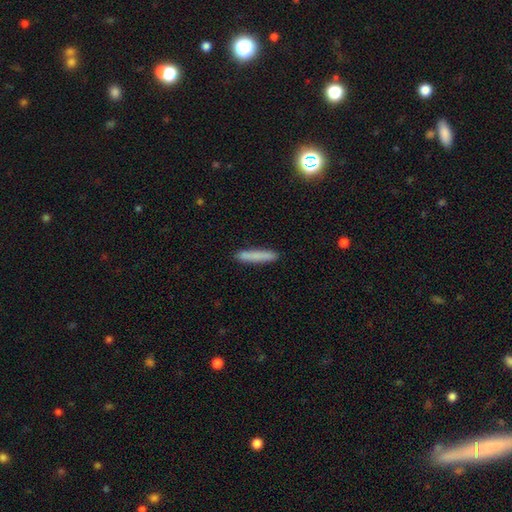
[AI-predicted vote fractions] Smooth or featured? Predicted: smooth (p=0.81). How rounded? Predicted: cigar-shaped (p=0.93). Merging? Predicted: none (p=0.89).